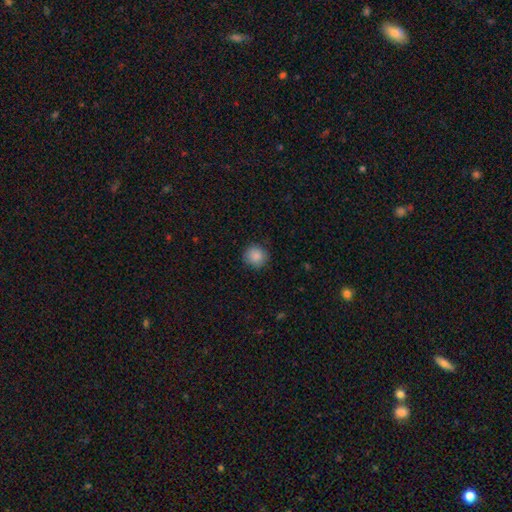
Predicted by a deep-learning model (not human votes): Smooth or featured? smooth (88%)
How rounded? round (92%)
Merging? none (88%)